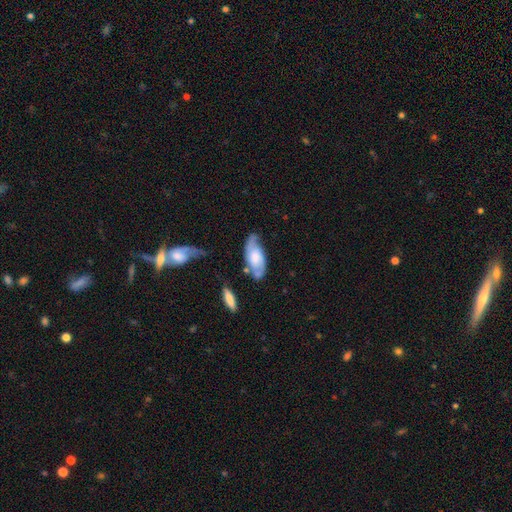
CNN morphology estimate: type=featured or disk (60%); edge-on=no (88%); bar=no (65%); spiral arms=yes (87%); bulge=large (32%); merging=none (54%).